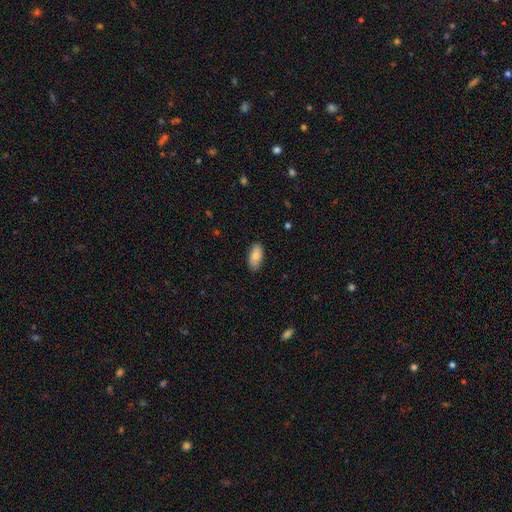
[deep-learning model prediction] This is likely a smooth galaxy (79%). How rounded: clearly in between (91%). Merging: clearly none (86%).